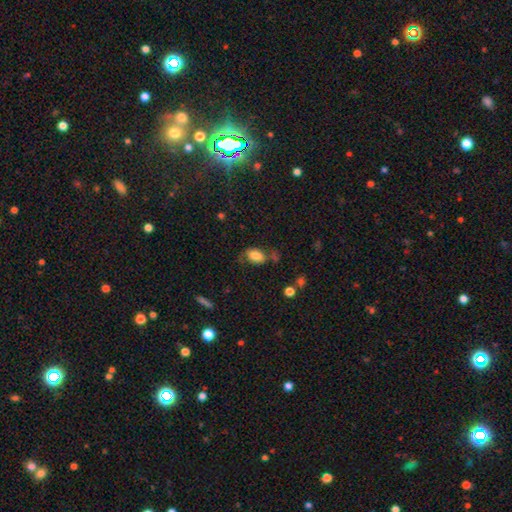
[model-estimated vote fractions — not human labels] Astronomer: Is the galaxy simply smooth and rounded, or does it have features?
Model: smooth — 79%.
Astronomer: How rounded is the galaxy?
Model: in between — 88%.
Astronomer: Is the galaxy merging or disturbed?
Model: none — 55%.